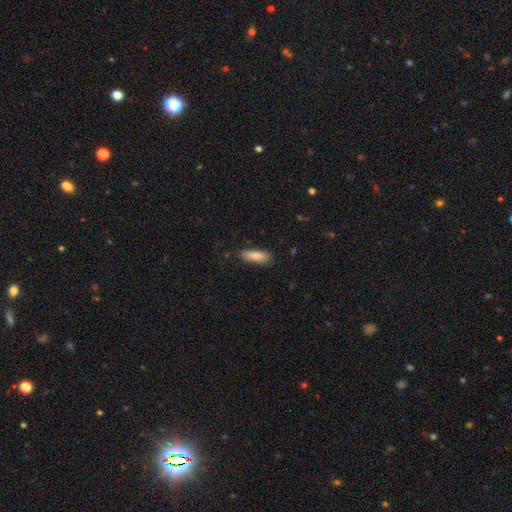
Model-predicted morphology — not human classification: smooth 85%, featured or disk 9%, star or artifact 6%. Down the decision tree: how rounded — in between (50%); merging — none (83%).